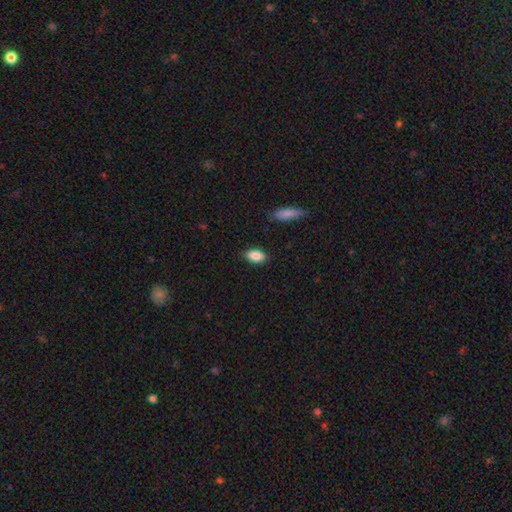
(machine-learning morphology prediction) type=smooth (86%); roundness=in between (90%); merging=none (85%).